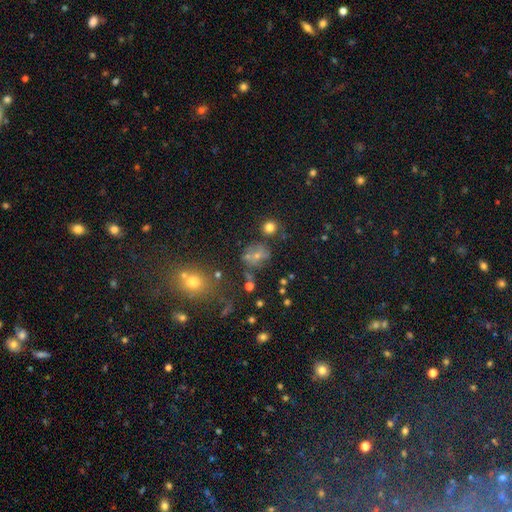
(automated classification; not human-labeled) A smooth galaxy with no disk features (51%) that is round (69%). Merging: none (55%).